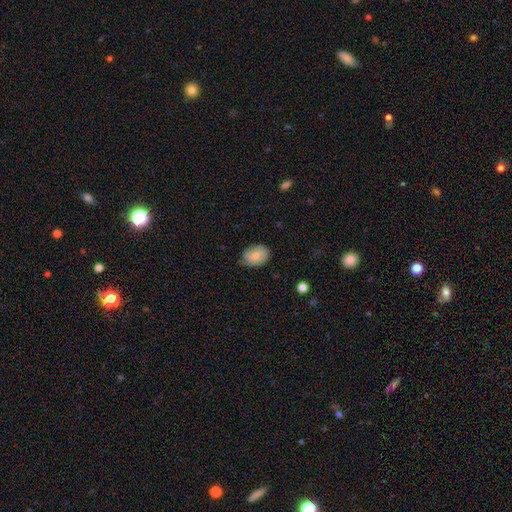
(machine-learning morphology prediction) The model was most divided on "how rounded": in between: 75%, round: 24%, cigar-shaped: 1%. More confident: smooth or featured — smooth (82%); merging — none (76%).